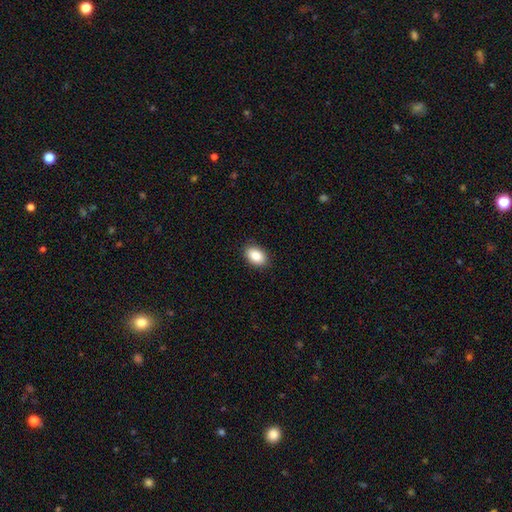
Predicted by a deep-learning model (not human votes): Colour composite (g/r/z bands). It shows a smooth galaxy with no disk features (87%) that is in between round and cigar-shaped (85%). Merging: none (88%).